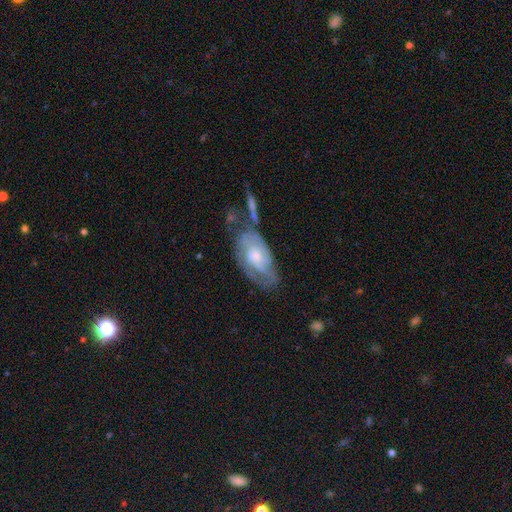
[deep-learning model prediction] Morphology: type=featured or disk (67%); edge-on=no (93%); bar=no (72%); spiral arms=yes (81%); winding=tight (51%); arm count=can't tell (46%); bulge=moderate (44%); merging=none (49%).